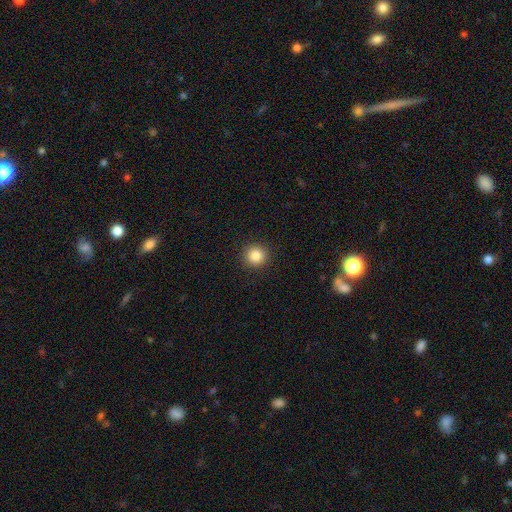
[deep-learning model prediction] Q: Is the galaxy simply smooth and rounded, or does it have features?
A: smooth — 85%.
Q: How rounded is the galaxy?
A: round — 94%.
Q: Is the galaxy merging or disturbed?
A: none — 92%.